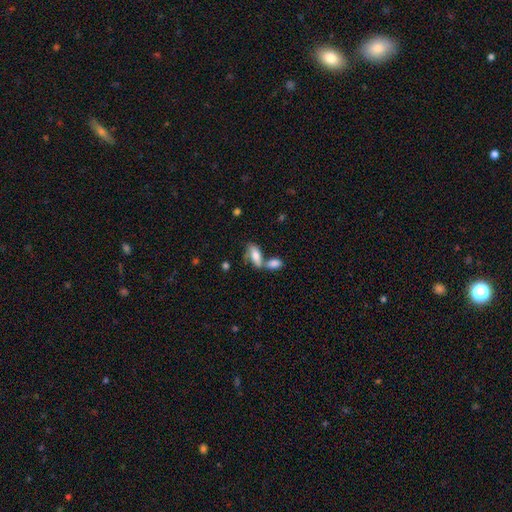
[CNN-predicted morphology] Smooth or featured: smooth — 67% (featured or disk — 24%)
How rounded: in between — 78% (cigar-shaped — 19%)
Merging: merger — 50% (none — 31%)